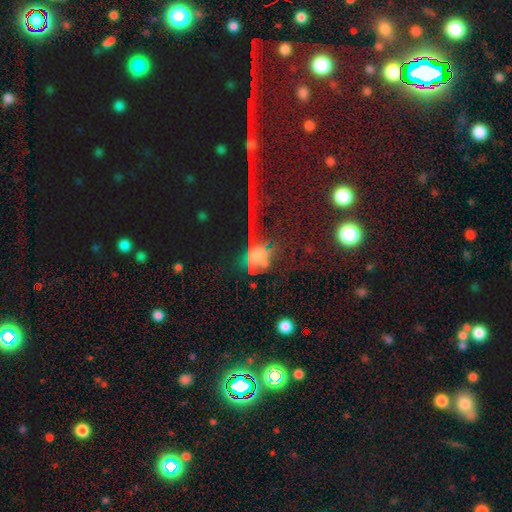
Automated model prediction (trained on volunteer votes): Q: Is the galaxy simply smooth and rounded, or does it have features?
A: smooth — 37%.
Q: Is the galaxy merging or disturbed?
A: major disturbance — 39%.